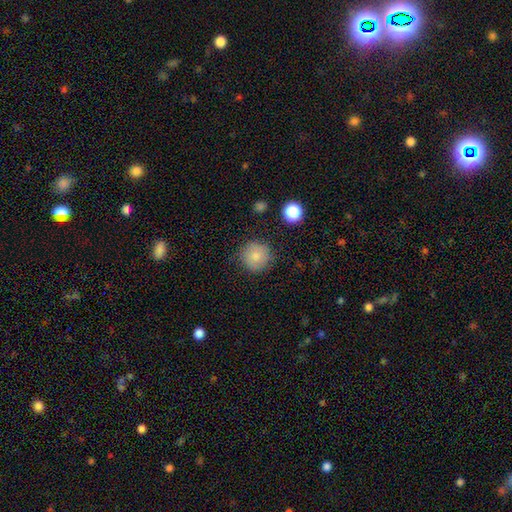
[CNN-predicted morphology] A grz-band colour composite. It shows a smooth galaxy with no disk features (83%) that is round (94%). Merging: none (83%).